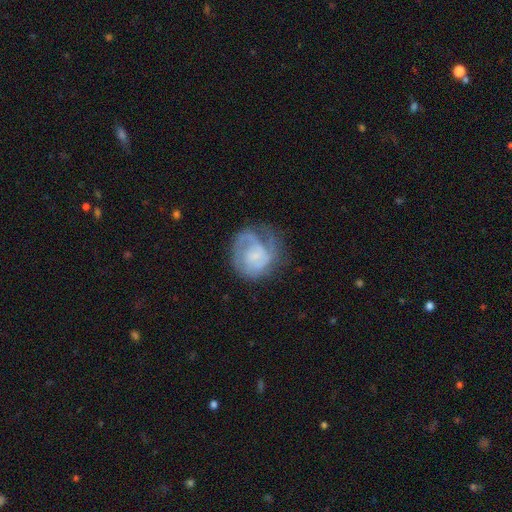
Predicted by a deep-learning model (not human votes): smooth-or-featured: featured or disk: 69% | smooth: 24% | star or artifact: 7%
  disk-edge-on: no: 98% | yes: 2%
    bar: no: 66% | weak: 29% | strong: 5%
    has-spiral-arms: yes: 84% | no: 16%
      spiral-winding: tight: 49% | medium: 35% | loose: 16%
      spiral-arm-count: can't tell: 29% (tied) | 2: 29% (tied) | 1: 25% | 3: 11% | 4: 3% | more than 4: 3%
    bulge-size: small: 48% | none: 29% | moderate: 18% | large: 5% | dominant: 2%
  merging: none: 49% | major disturbance: 25% | minor disturbance: 24% | merger: 2%